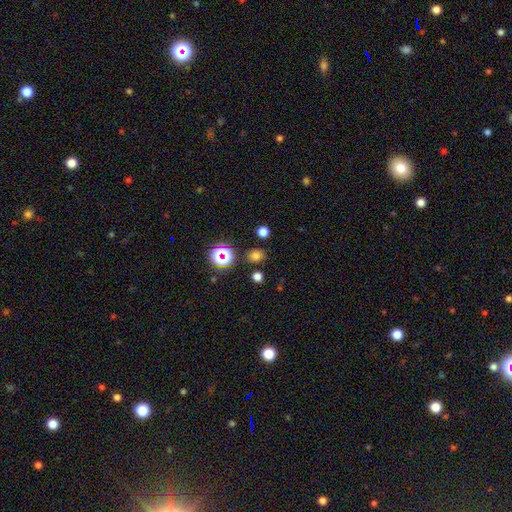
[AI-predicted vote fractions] The model was most divided on "how rounded": round: 69%, in between: 30%, cigar-shaped: 1%. More confident: merging — none (83%); smooth or featured — smooth (71%).